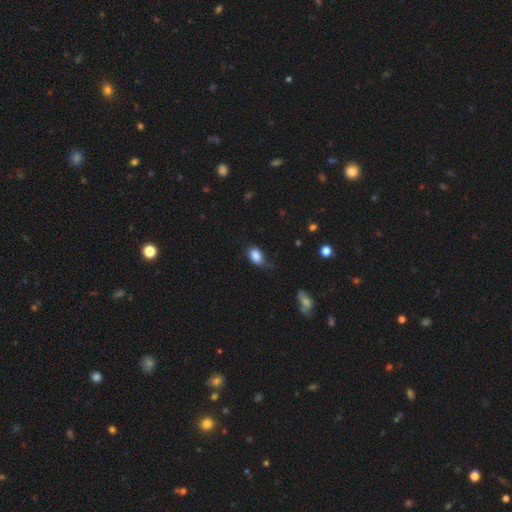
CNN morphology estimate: This is clearly a smooth galaxy (86%). How rounded: clearly in between (86%). Merging: likely none (61%).